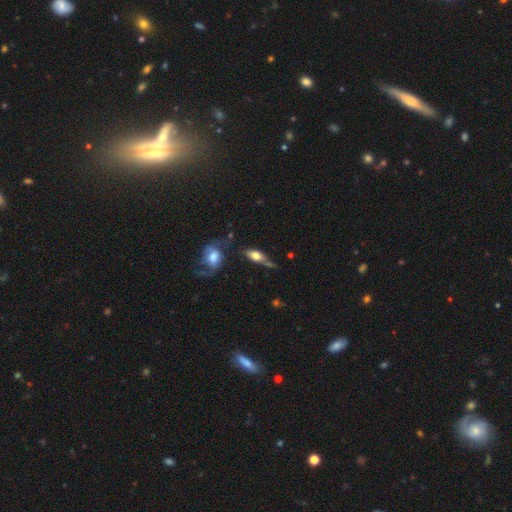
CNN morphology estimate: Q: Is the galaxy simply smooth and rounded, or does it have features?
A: smooth — 63%.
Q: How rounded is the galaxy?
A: in between — 78%.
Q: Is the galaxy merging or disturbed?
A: none — 43%.